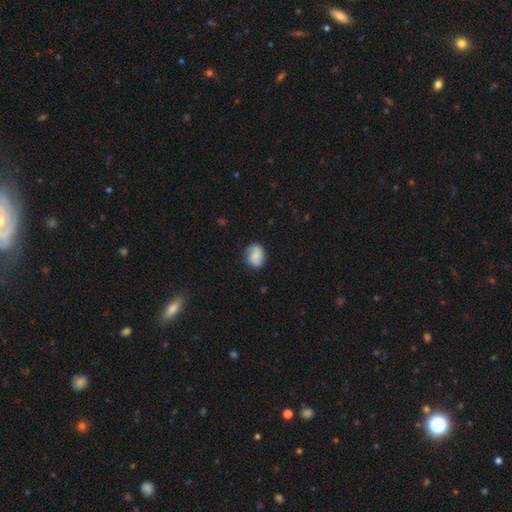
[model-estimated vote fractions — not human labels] This is likely a smooth galaxy (69%). How rounded: possibly round (55%). Merging: likely none (80%).